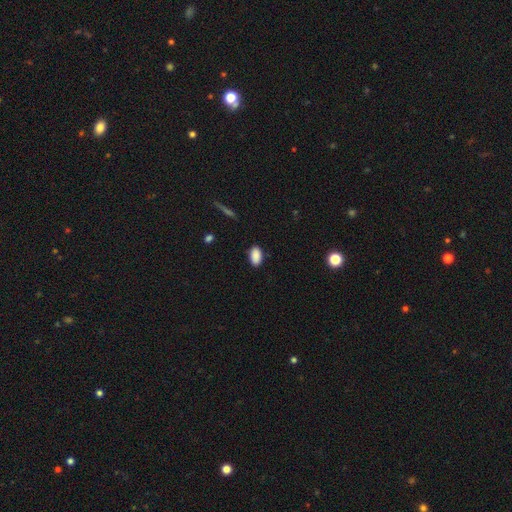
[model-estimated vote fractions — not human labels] A smooth galaxy with no disk features (89%) that is in between round and cigar-shaped (92%). Merging: none (85%).